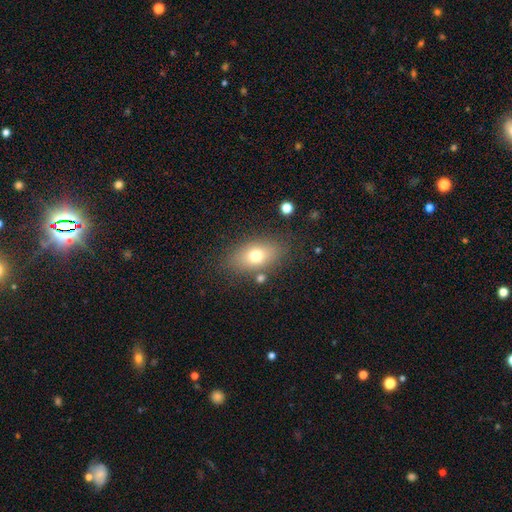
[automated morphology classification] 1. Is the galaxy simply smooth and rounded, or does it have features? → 71% smooth, 18% featured or disk, 11% star or artifact.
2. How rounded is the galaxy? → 83% in between, 14% round, 4% cigar-shaped.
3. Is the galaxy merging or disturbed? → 79% none, 12% minor disturbance, 5% major disturbance, 5% merger.